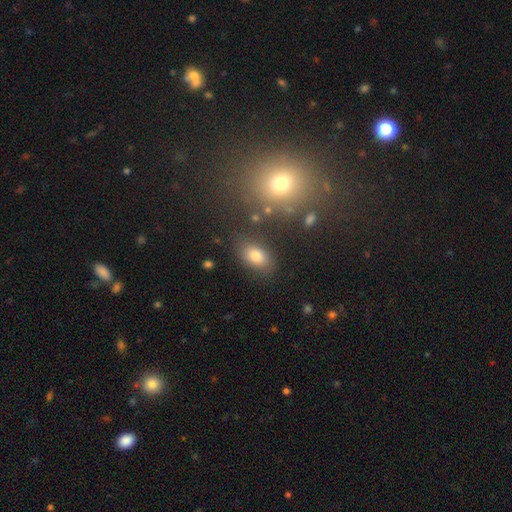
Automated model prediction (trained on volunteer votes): Smooth or featured? Predicted: smooth (p=0.79). How rounded? Predicted: in between (p=0.85). Merging? Predicted: none (p=0.77).